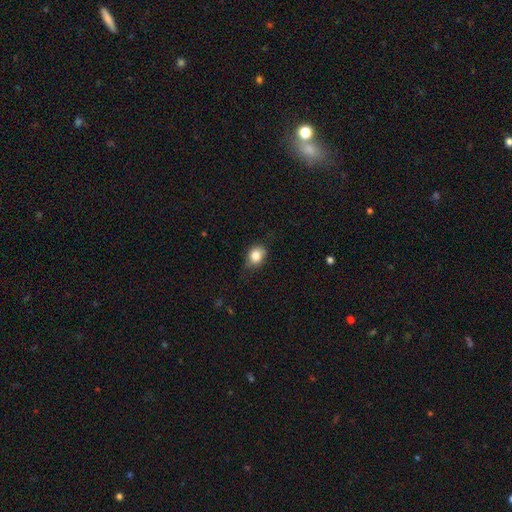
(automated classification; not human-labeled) Morphology: type=smooth (82%); roundness=round (54%); merging=none (62%).